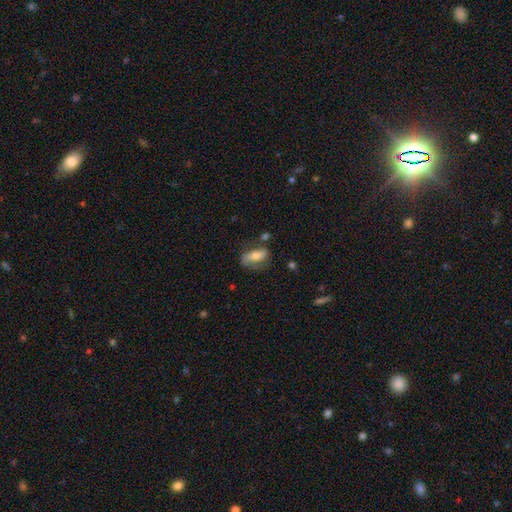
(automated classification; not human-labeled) Q: Smooth or featured?
A: smooth (54%); runner-up: featured or disk (39%)
Q: How rounded?
A: in between (80%); runner-up: cigar-shaped (14%)
Q: Merging?
A: none (57%); runner-up: minor disturbance (24%)